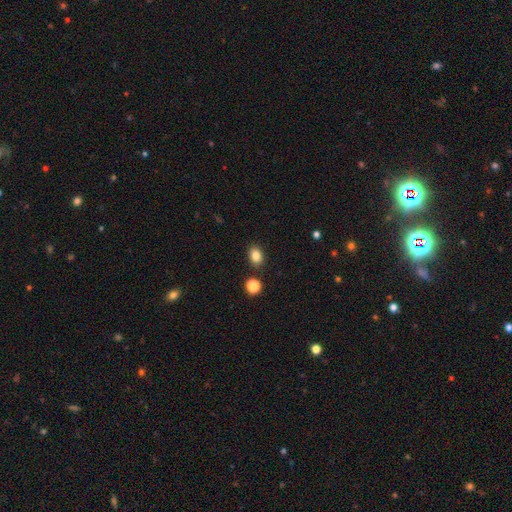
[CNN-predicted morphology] Smooth or featured?
  - smooth: 84% *
  - star or artifact: 11%
  - featured or disk: 5%
How rounded?
  - in between: 70% *
  - round: 29%
  - cigar-shaped: 1%
Merging?
  - none: 85% *
  - minor disturbance: 9%
  - merger: 4%
  - major disturbance: 2%